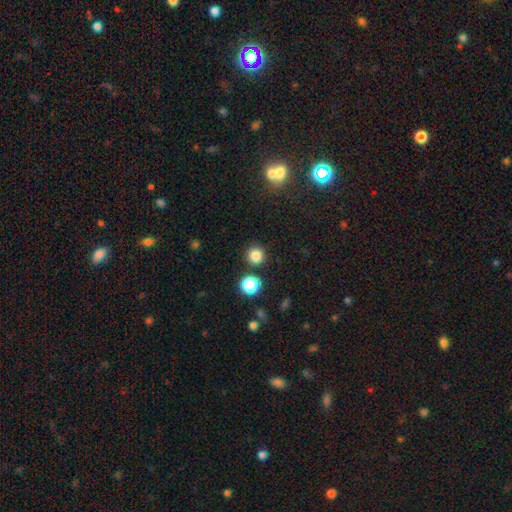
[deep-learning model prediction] Smooth or featured?
  - smooth: 82% *
  - star or artifact: 14%
  - featured or disk: 4%
How rounded?
  - round: 95% *
  - in between: 4%
  - cigar-shaped: 1%
Merging?
  - none: 88% *
  - minor disturbance: 6%
  - merger: 3%
  - major disturbance: 2%